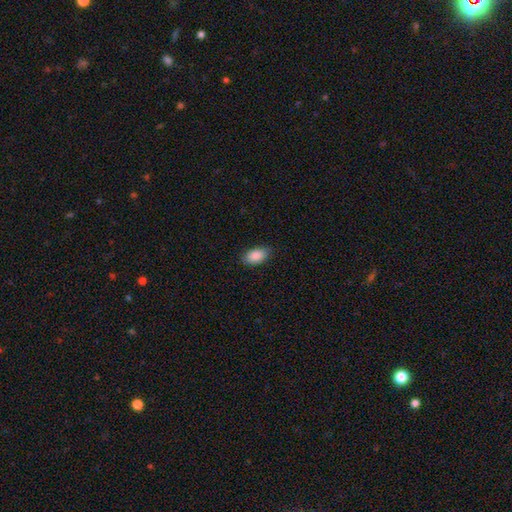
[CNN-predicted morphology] Smooth or featured: smooth — 89% (star or artifact — 7%)
How rounded: in between — 93% (round — 4%)
Merging: none — 83% (minor disturbance — 14%)